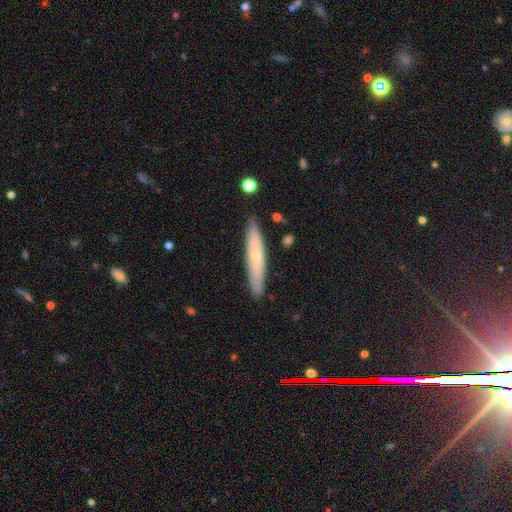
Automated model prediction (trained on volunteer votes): Overall: featured or disk (50%; smooth 44%). Merging: none (86%).